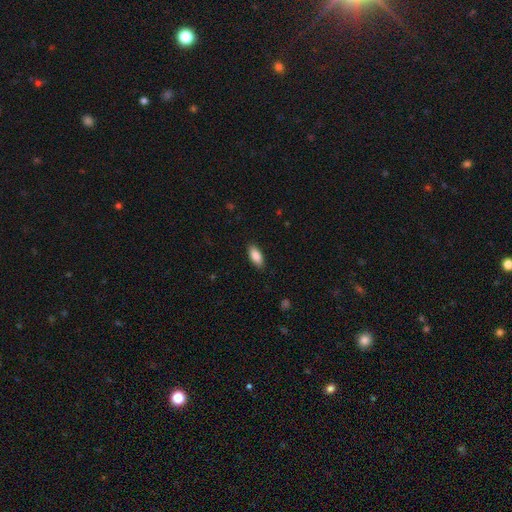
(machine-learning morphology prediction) This is clearly a smooth galaxy (87%). How rounded: clearly in between (85%). Merging: clearly none (88%).